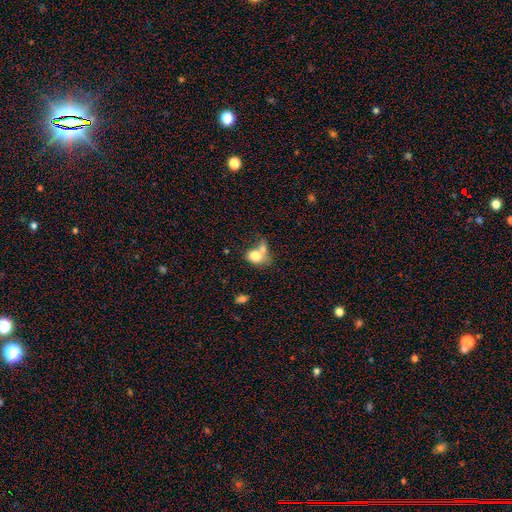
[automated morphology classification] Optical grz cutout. It shows a smooth galaxy with no disk features (76%) that is in between round and cigar-shaped (63%). Merging: merger (60%).